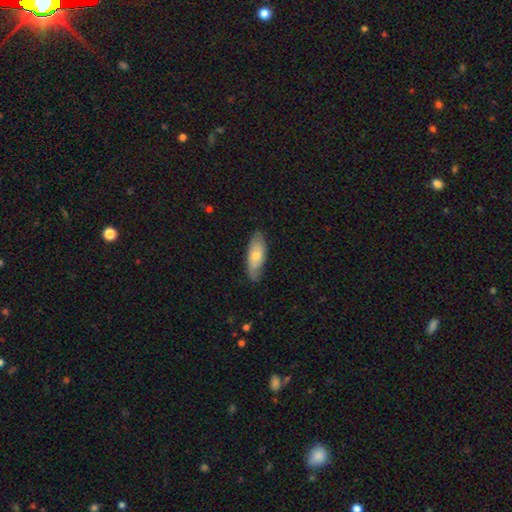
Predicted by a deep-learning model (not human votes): The model was most divided on "smooth or featured": smooth: 61%, featured or disk: 33%, star or artifact: 6%. More confident: merging — none (77%); how rounded — in between (71%).